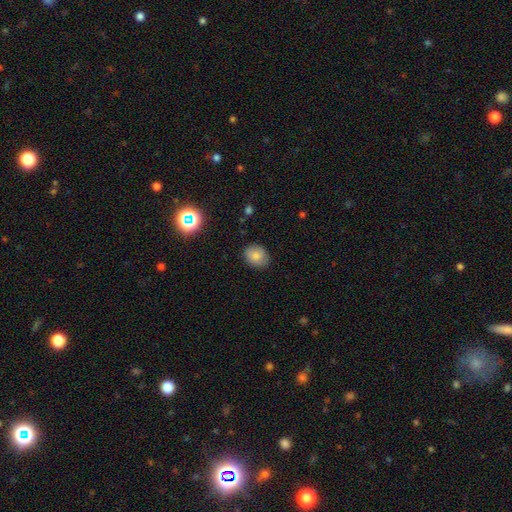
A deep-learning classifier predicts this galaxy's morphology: smooth_or_featured: smooth (p=0.80) [alt: star or artifact p=0.10]
how_rounded: round (p=0.55) [alt: in between p=0.44]
merging: none (p=0.84) [alt: minor disturbance p=0.12]